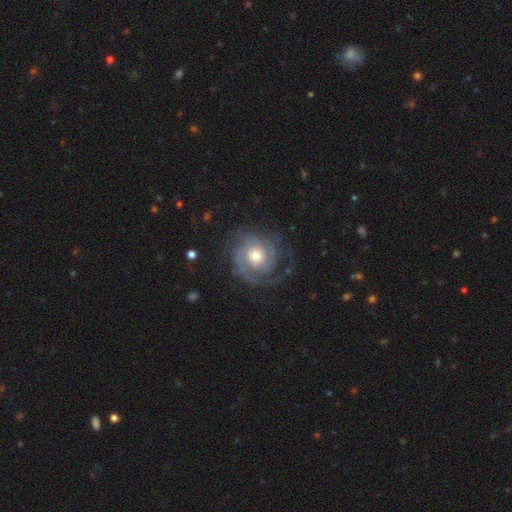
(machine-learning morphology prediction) Smooth or featured: featured or disk — 83% (smooth — 11%)
Edge-on disk: no — 98% (yes — 2%)
Bar: no — 78% (weak — 18%)
Spiral arms: yes — 95% (no — 5%)
Spiral winding: tight — 64% (medium — 27%)
Spiral arm count: 2 — 30% (can't tell — 28%)
Bulge size: moderate — 65% (small — 22%)
Merging: none — 69% (minor disturbance — 16%)